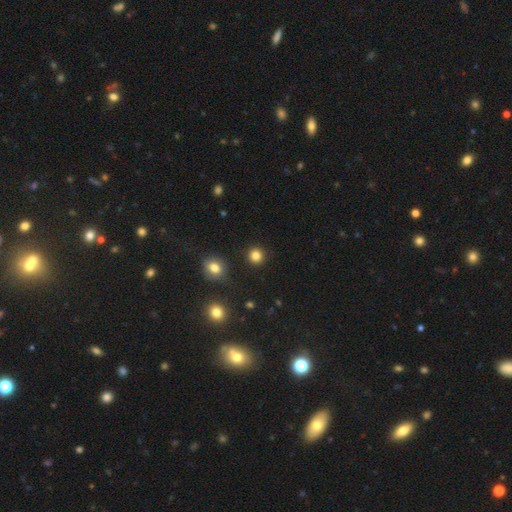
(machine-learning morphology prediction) smooth 84%, star or artifact 12%, featured or disk 4%. Down the decision tree: how rounded — round (93%); merging — none (91%).